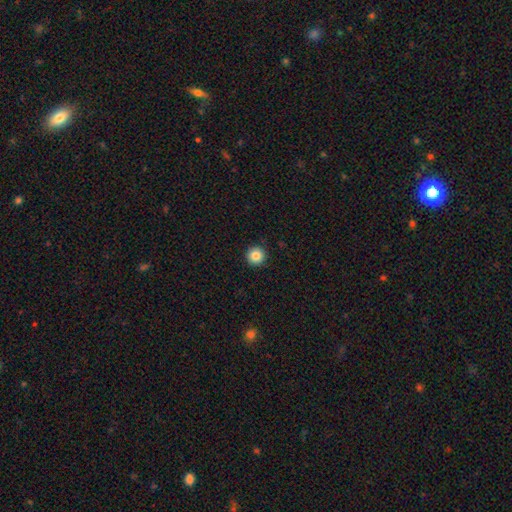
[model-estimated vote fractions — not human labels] smooth 85%, star or artifact 10%, featured or disk 5%. Down the decision tree: how rounded — round (96%); merging — none (93%).